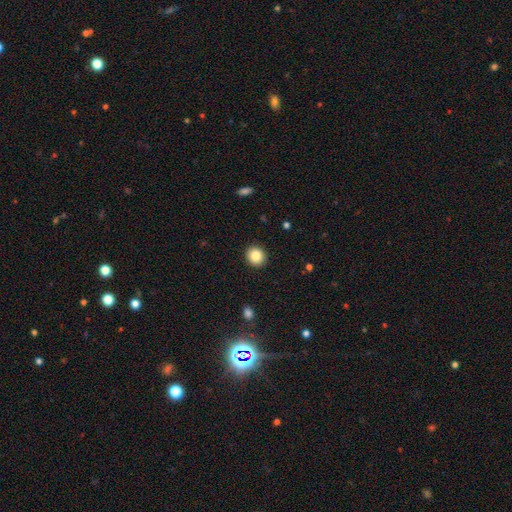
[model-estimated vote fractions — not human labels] A smooth galaxy with no disk features (86%) that is round (86%).

Vote fractions:
- Smooth or featured? smooth: 86% / star or artifact: 9% / featured or disk: 5%
- How rounded? round: 86% / in between: 13% / cigar-shaped: 1%
- Merging? none: 92% / minor disturbance: 5% / major disturbance: 2% / merger: 1%